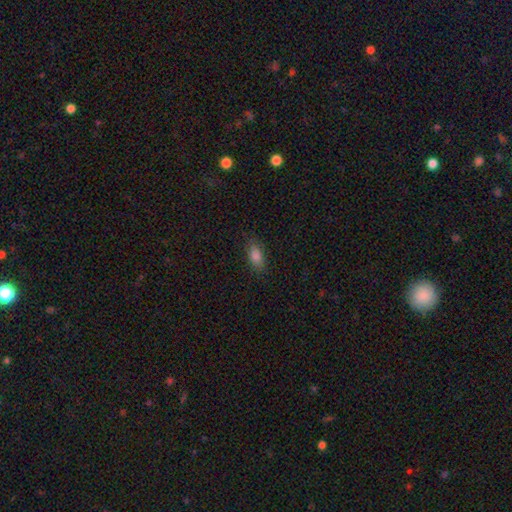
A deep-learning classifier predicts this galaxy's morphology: Smooth or featured? smooth (84%)
How rounded? in between (87%)
Merging? none (84%)